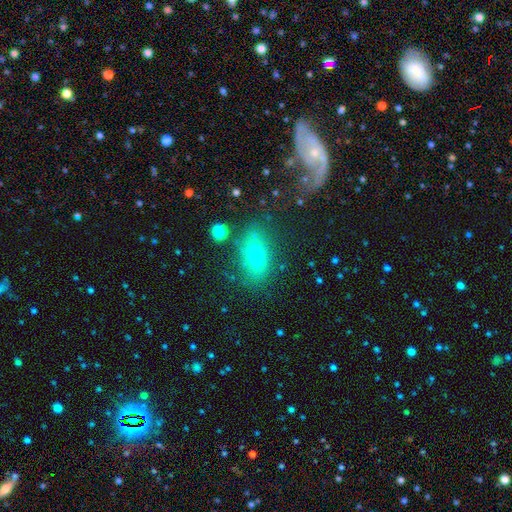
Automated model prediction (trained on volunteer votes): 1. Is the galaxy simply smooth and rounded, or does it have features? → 65% smooth, 22% featured or disk, 14% star or artifact.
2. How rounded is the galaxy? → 80% in between, 12% round, 8% cigar-shaped.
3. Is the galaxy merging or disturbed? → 78% none, 14% minor disturbance, 5% major disturbance, 3% merger.